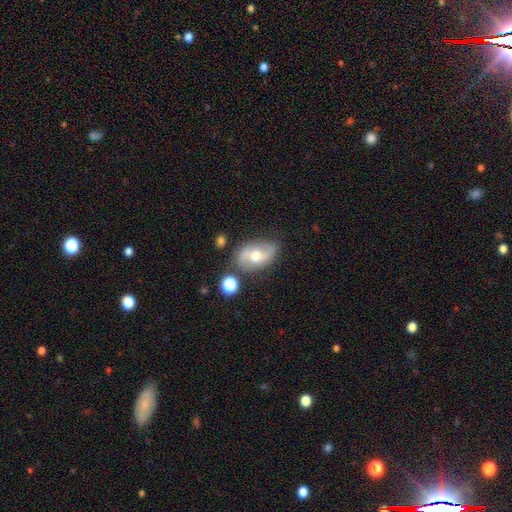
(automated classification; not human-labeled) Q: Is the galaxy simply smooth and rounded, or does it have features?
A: featured or disk — 55%.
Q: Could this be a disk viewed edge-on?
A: no — 92%.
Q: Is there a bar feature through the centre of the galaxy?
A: no — 43%.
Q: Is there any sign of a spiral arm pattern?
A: yes — 66%.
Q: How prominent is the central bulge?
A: moderate — 73%.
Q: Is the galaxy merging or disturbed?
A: none — 71%.